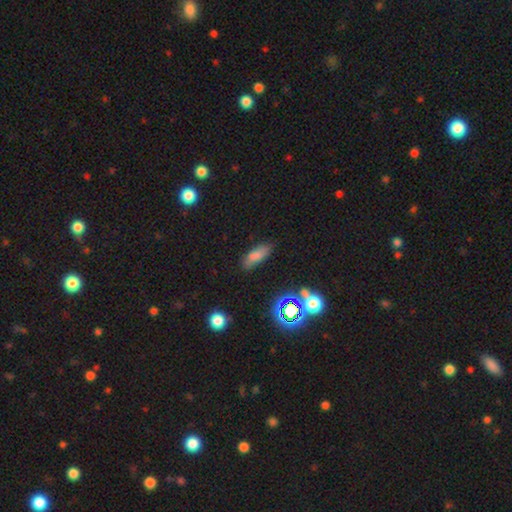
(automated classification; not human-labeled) Q: Smooth or featured?
A: smooth (73%); runner-up: star or artifact (15%)
Q: How rounded?
A: in between (69%); runner-up: cigar-shaped (28%)
Q: Merging?
A: none (75%); runner-up: minor disturbance (17%)